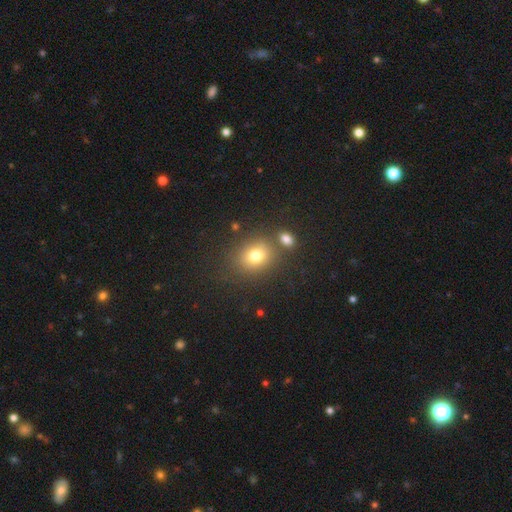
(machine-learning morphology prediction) A smooth galaxy with no disk features (77%) that is round (56%).

Vote fractions:
- Smooth or featured? smooth: 77% / star or artifact: 13% / featured or disk: 10%
- How rounded? round: 56% / in between: 43% / cigar-shaped: 1%
- Merging? none: 71% / merger: 13% / minor disturbance: 11% / major disturbance: 5%